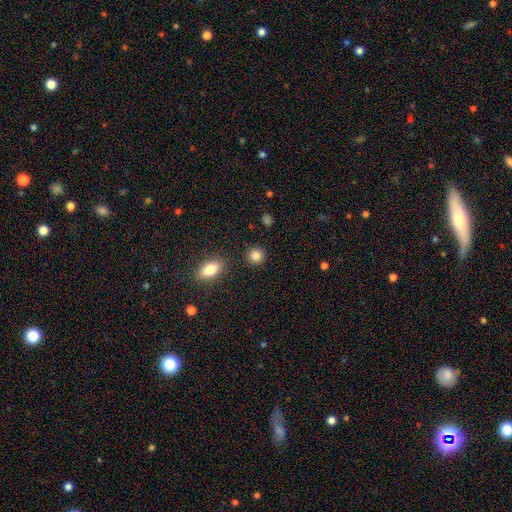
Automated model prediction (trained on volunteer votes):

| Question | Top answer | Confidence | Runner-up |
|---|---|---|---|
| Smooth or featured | smooth | 86% | star or artifact (9%) |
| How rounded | round | 89% | in between (10%) |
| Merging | none | 90% | minor disturbance (6%) |